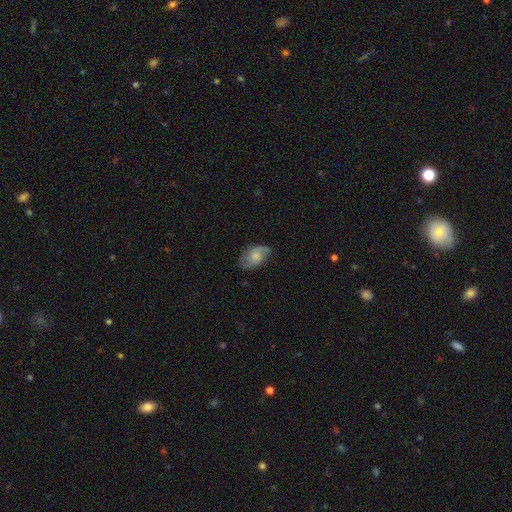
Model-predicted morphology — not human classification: Smooth or featured? featured or disk (60%)
Edge-on disk? no (96%)
Bar? no (63%)
Spiral arms? yes (90%)
Spiral winding? medium (45%)
Spiral arm count? 2 (77%)
Bulge size? small (33%)
Merging? none (65%)